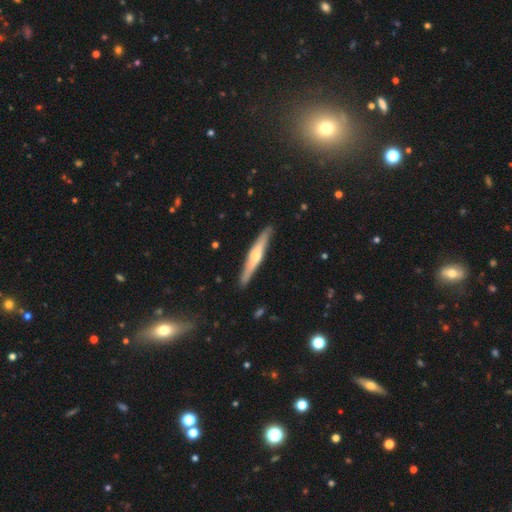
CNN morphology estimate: Smooth or featured?
  - featured or disk: 60% *
  - smooth: 35%
  - star or artifact: 5%
Edge-on disk?
  - yes: 94% *
  - no: 6%
Edge-on bulge?
  - rounded: 80% *
  - none: 12%
  - boxy: 7%
Merging?
  - none: 89% *
  - minor disturbance: 8%
  - major disturbance: 2%
  - merger: 1%